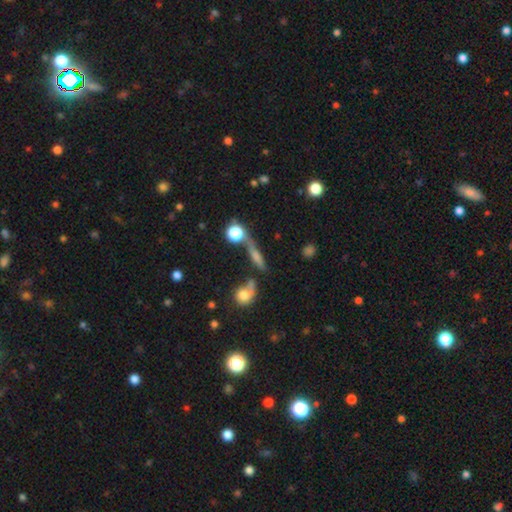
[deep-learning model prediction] This is marginally a smooth galaxy (41%, tied with featured or disk). Merging: possibly none (57%).